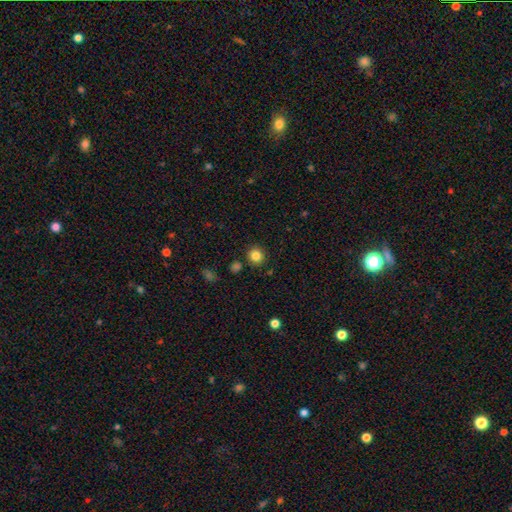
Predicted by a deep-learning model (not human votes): A smooth galaxy with no disk features (84%) that is round (90%).

Vote fractions:
- Smooth or featured? smooth: 84% / star or artifact: 11% / featured or disk: 5%
- How rounded? round: 90% / in between: 9% / cigar-shaped: 1%
- Merging? none: 87% / minor disturbance: 7% / merger: 4% / major disturbance: 2%